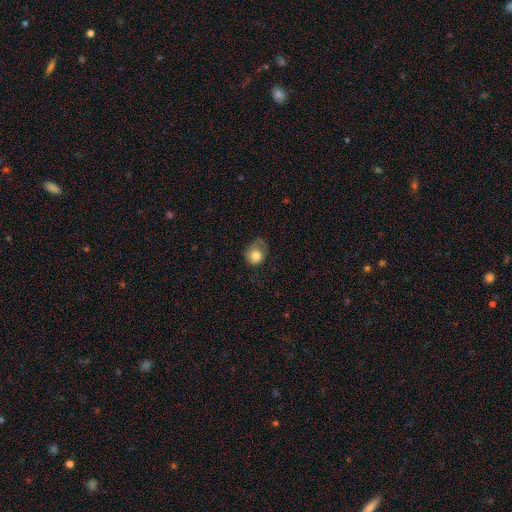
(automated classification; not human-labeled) A smooth galaxy with no disk features (77%) that is round (63%).

Vote fractions:
- Smooth or featured? smooth: 77% / featured or disk: 15% / star or artifact: 8%
- How rounded? round: 63% / in between: 36% / cigar-shaped: 1%
- Merging? none: 33% / major disturbance: 32% / minor disturbance: 32% / merger: 2%